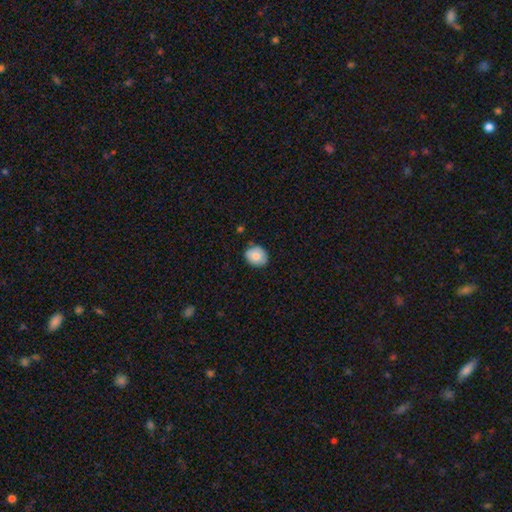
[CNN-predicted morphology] This is clearly a smooth galaxy (80%). How rounded: likely round (62%). Merging: clearly none (81%).